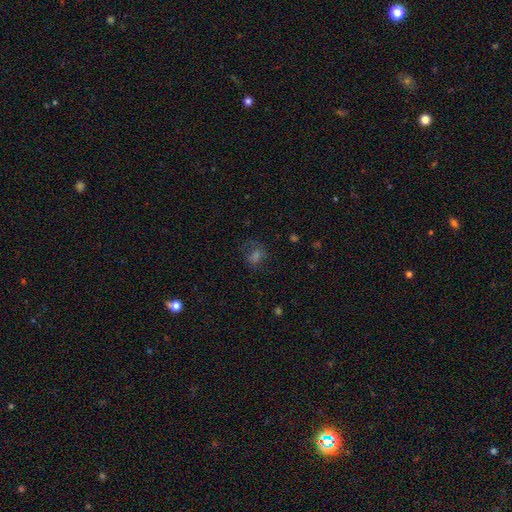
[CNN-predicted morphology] Smooth or featured?
  - smooth: 48% *
  - star or artifact: 31%
  - featured or disk: 21%
Merging?
  - none: 58% *
  - major disturbance: 20%
  - minor disturbance: 19%
  - merger: 2%